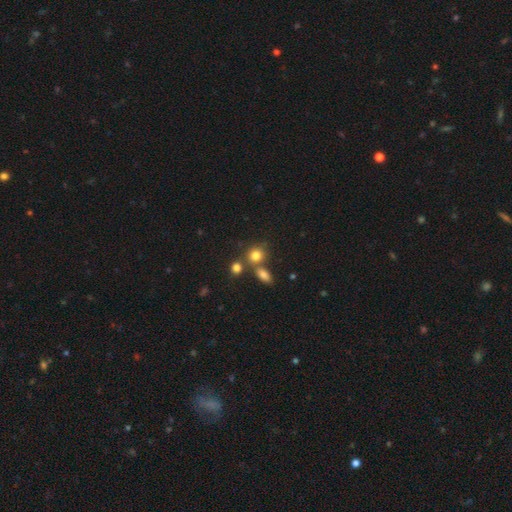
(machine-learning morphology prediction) type=smooth (80%); roundness=round (71%); merging=none (56%).